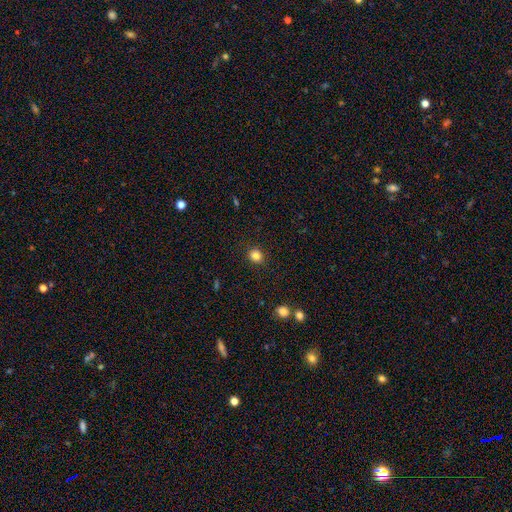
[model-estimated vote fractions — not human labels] Smooth or featured: smooth — 84% (star or artifact — 12%)
How rounded: round — 79% (in between — 21%)
Merging: none — 89% (minor disturbance — 7%)